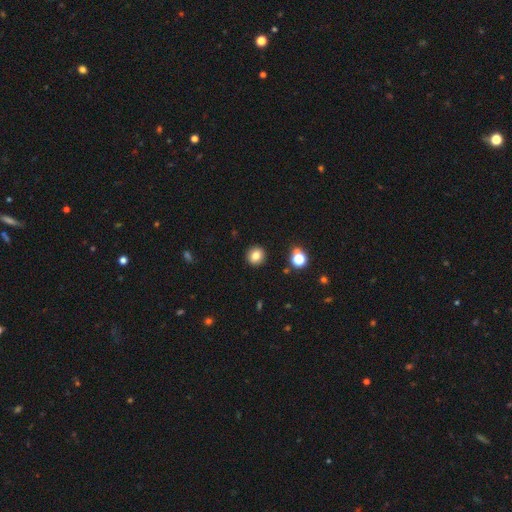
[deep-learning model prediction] Q: Smooth or featured?
A: smooth (81%); runner-up: star or artifact (12%)
Q: How rounded?
A: round (87%); runner-up: in between (12%)
Q: Merging?
A: none (91%); runner-up: minor disturbance (5%)